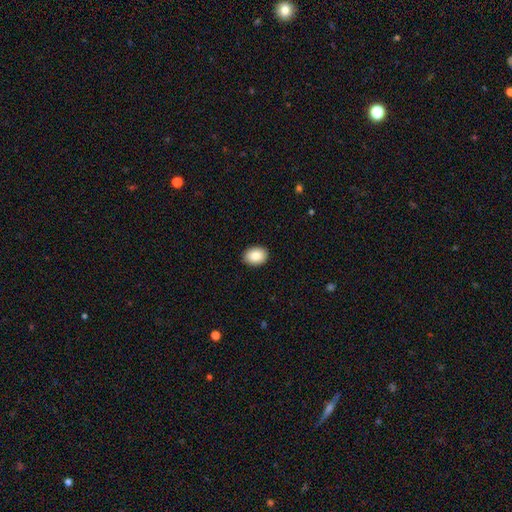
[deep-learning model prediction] This is clearly a smooth galaxy (86%). How rounded: likely in between (67%). Merging: clearly none (91%).